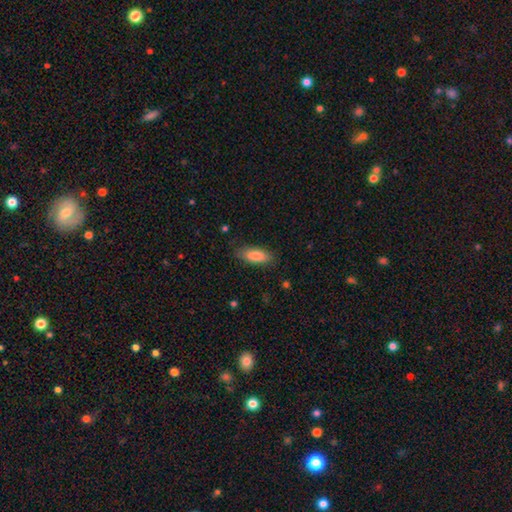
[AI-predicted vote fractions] A smooth galaxy with no disk features (83%) that is in between round and cigar-shaped (76%). Merging: none (82%).